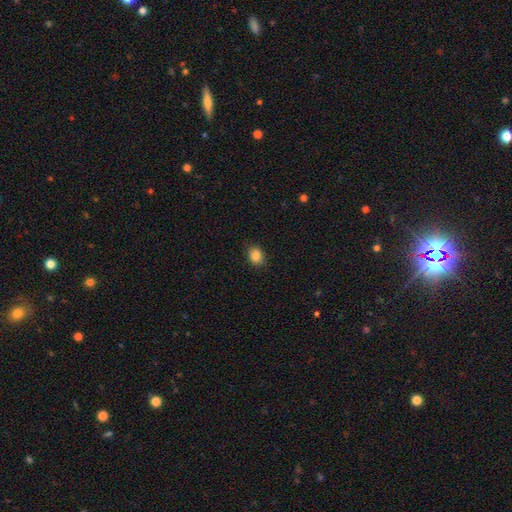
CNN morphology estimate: smooth-or-featured: smooth: 85% | star or artifact: 10% | featured or disk: 5%
  how-rounded: in between: 52% | round: 47% | cigar-shaped: 1%
  merging: none: 84% | minor disturbance: 12% | major disturbance: 2% | merger: 1%